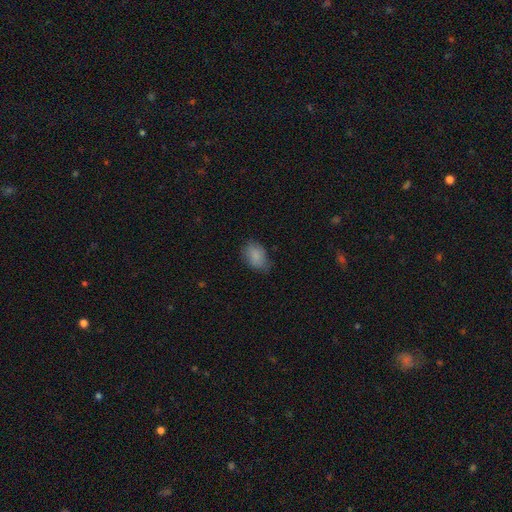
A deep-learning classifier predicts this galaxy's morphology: Smooth or featured: smooth — 84% (featured or disk — 8%)
How rounded: in between — 82% (round — 17%)
Merging: none — 67% (minor disturbance — 26%)